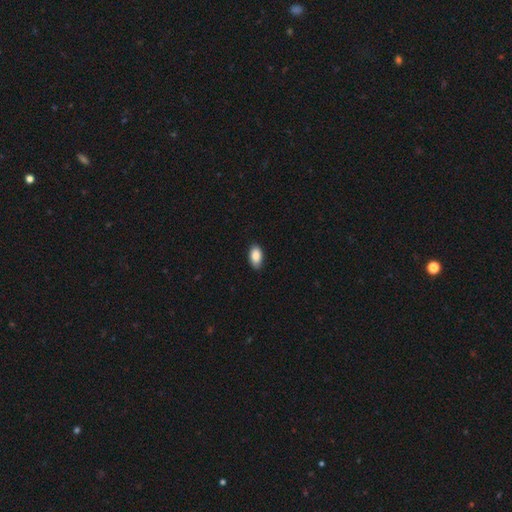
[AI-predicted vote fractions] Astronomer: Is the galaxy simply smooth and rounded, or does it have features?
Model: smooth — 88%.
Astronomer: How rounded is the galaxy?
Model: in between — 93%.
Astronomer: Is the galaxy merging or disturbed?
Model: none — 82%.